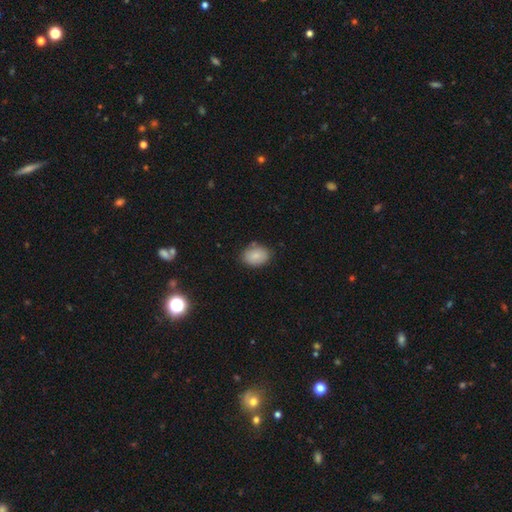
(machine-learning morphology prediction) Overall: smooth (87%). How rounded: in between (75%). Merging: none (80%).